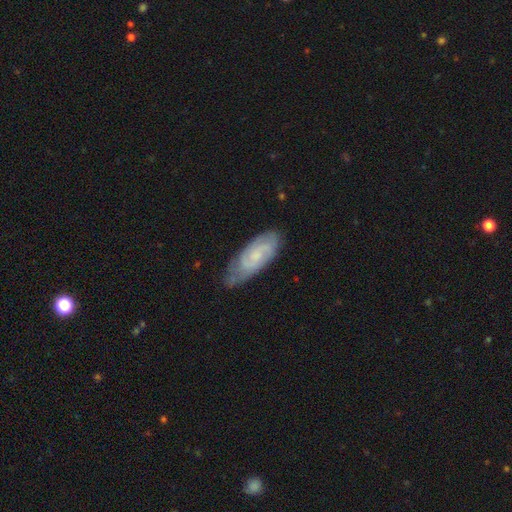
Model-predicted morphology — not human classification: Q: Smooth or featured?
A: featured or disk (67%); runner-up: smooth (26%)
Q: Edge-on disk?
A: no (91%); runner-up: yes (9%)
Q: Bar?
A: no (58%); runner-up: weak (36%)
Q: Spiral arms?
A: yes (91%); runner-up: no (9%)
Q: Spiral winding?
A: tight (55%); runner-up: medium (36%)
Q: Spiral arm count?
A: 2 (49%); runner-up: can't tell (34%)
Q: Bulge size?
A: small (57%); runner-up: moderate (24%)
Q: Merging?
A: none (64%); runner-up: minor disturbance (27%)